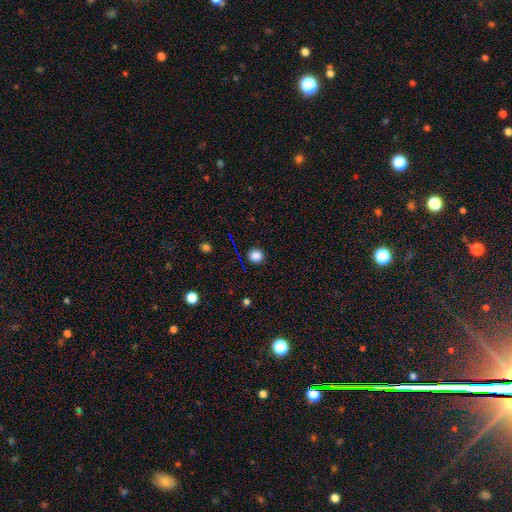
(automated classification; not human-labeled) Smooth or featured: smooth — 84% (star or artifact — 12%)
How rounded: round — 87% (in between — 12%)
Merging: none — 90% (minor disturbance — 7%)